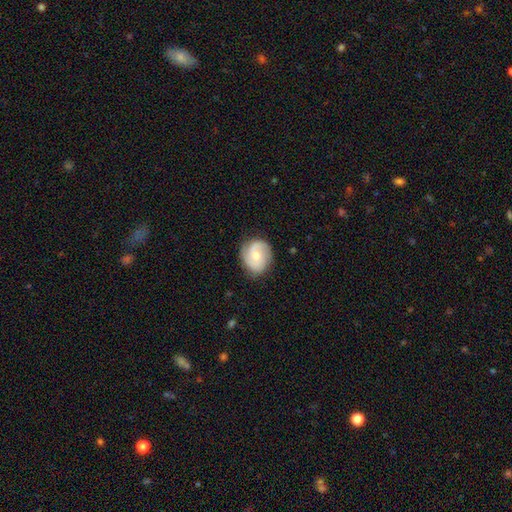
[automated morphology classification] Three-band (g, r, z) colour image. It shows a featured or disk galaxy (62%) with no bar (65%), 2 (66%) medium (43%) spiral arms (90%) and a moderate central bulge (55%). Merging: none (74%).